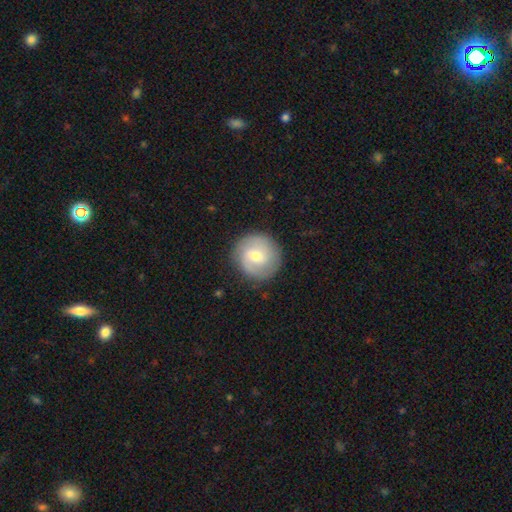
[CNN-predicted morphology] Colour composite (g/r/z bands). It shows a featured or disk galaxy (50%). Merging: none (85%).